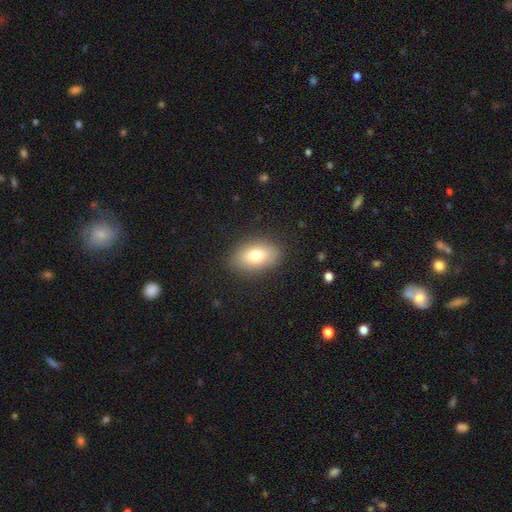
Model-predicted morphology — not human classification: A smooth galaxy with no disk features (76%) that is in between round and cigar-shaped (86%). Merging: none (86%).